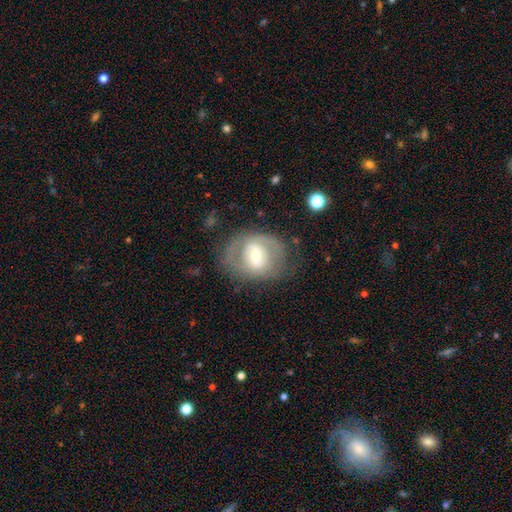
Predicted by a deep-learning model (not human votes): Q: Smooth or featured?
A: featured or disk (64%); runner-up: smooth (29%)
Q: Edge-on disk?
A: no (95%); runner-up: yes (5%)
Q: Bar?
A: weak (42%); runner-up: no (34%)
Q: Spiral arms?
A: yes (50%); tied with: no (50%)
Q: Bulge size?
A: moderate (55%); runner-up: small (36%)
Q: Merging?
A: none (64%); runner-up: minor disturbance (19%)